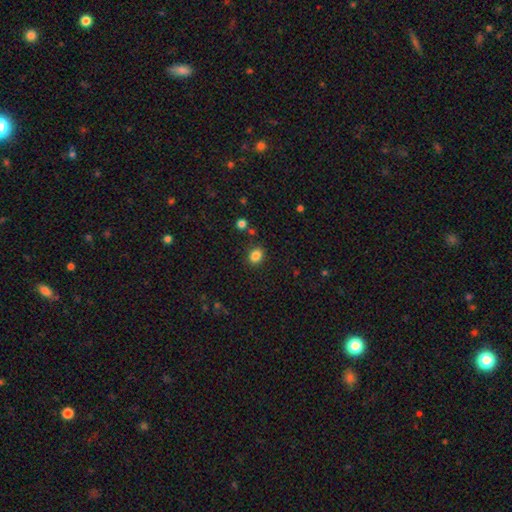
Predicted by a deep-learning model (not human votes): smooth_or_featured: smooth (p=0.85) [alt: star or artifact p=0.11]
how_rounded: in between (p=0.59) [alt: round p=0.40]
merging: none (p=0.86) [alt: minor disturbance p=0.09]